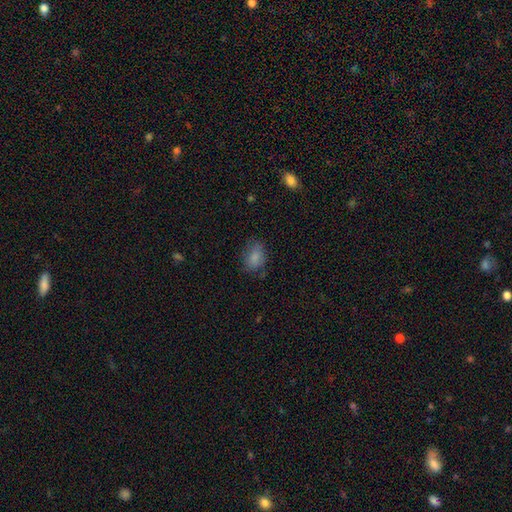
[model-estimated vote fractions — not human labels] Smooth or featured? Predicted: smooth (p=0.75). How rounded? Predicted: in between (p=0.76). Merging? Predicted: none (p=0.74).